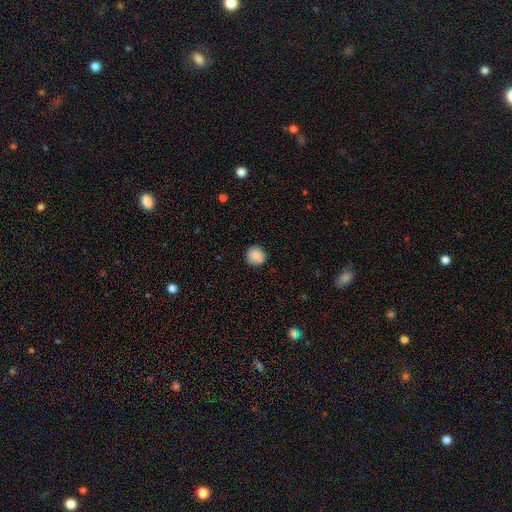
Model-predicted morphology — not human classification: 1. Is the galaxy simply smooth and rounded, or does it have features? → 86% smooth, 8% star or artifact, 6% featured or disk.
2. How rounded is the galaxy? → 94% round, 5% in between, 1% cigar-shaped.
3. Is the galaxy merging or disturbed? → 87% none, 9% minor disturbance, 2% major disturbance, 2% merger.